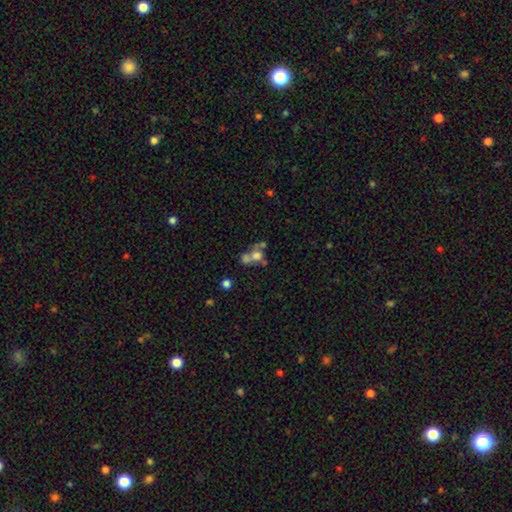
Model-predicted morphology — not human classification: Overall: smooth (58%; featured or disk 26%). How rounded: round (69%; in between 30%). Merging: merger (53%; none 29%).